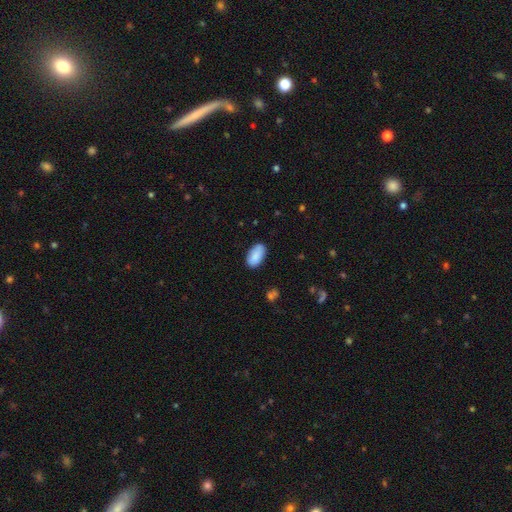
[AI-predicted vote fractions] Morphology: type=smooth (88%); roundness=in between (95%); merging=none (81%).